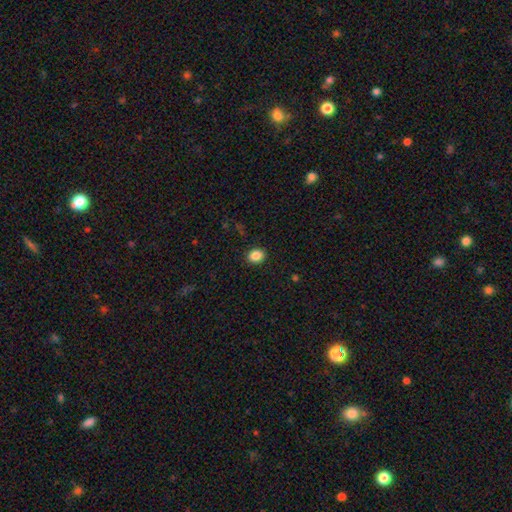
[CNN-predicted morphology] The model was most divided on "how rounded": round: 53%, in between: 46%, cigar-shaped: 1%. More confident: merging — none (90%); smooth or featured — smooth (87%).